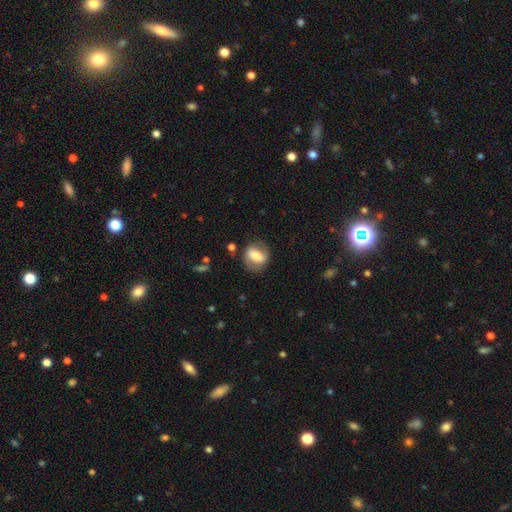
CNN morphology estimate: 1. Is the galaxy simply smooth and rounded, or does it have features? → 65% smooth, 28% featured or disk, 7% star or artifact.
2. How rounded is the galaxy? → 61% in between, 35% round, 4% cigar-shaped.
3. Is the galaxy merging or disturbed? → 71% none, 18% minor disturbance, 9% major disturbance, 2% merger.